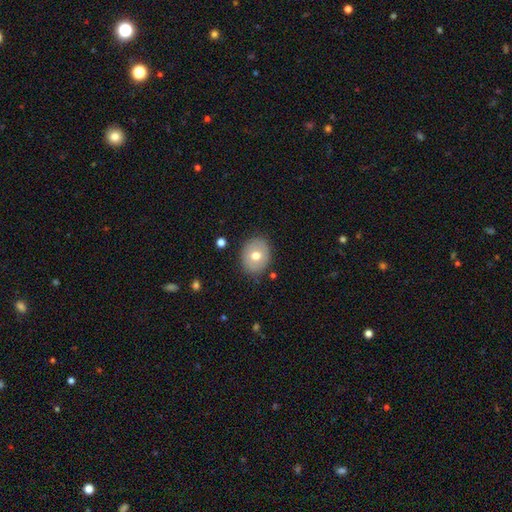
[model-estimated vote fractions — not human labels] Overall: smooth (67%). How rounded: round (58%; in between 41%). Merging: none (86%).